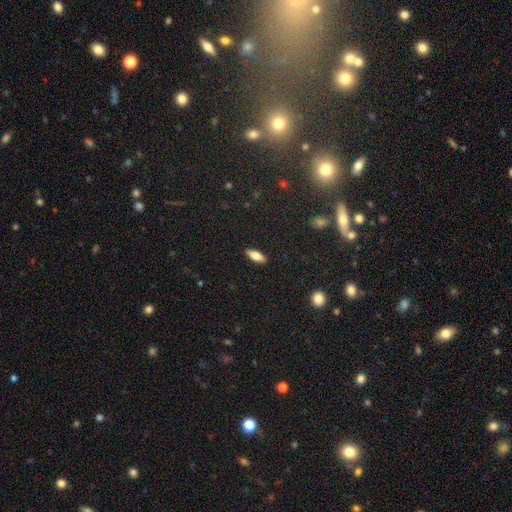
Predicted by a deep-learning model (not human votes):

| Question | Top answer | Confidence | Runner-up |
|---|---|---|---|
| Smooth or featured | smooth | 69% | featured or disk (24%) |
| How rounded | in between | 70% | cigar-shaped (28%) |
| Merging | none | 90% | minor disturbance (7%) |